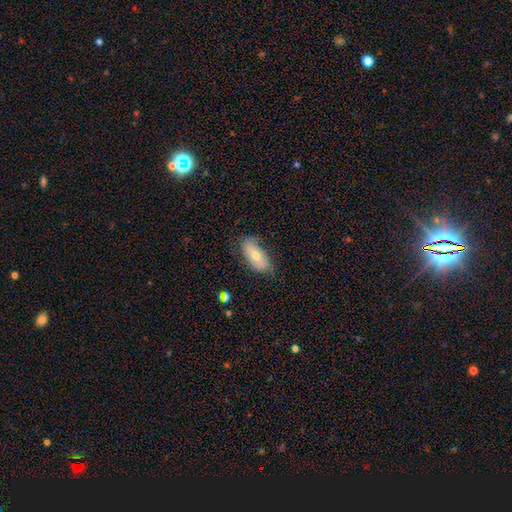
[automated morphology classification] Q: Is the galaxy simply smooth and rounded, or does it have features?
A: smooth — 62%.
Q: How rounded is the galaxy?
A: in between — 89%.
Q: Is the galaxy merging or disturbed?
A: none — 66%.